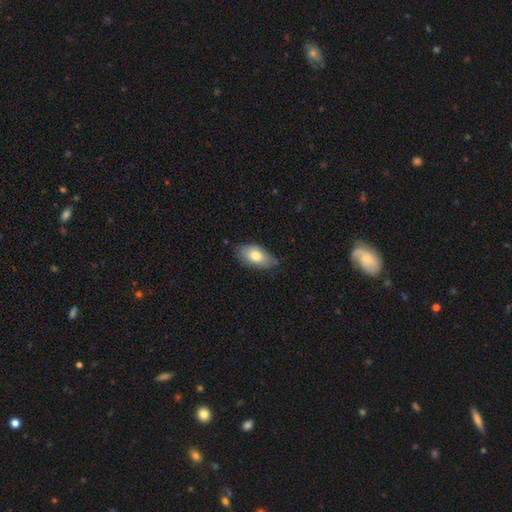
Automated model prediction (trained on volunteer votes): Smooth or featured? Predicted: smooth (p=0.73). How rounded? Predicted: in between (p=0.91). Merging? Predicted: none (p=0.67).